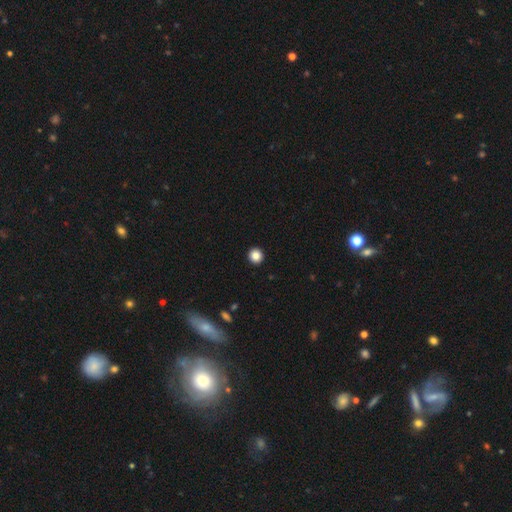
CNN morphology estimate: Q: Smooth or featured?
A: smooth (86%); runner-up: star or artifact (10%)
Q: How rounded?
A: round (94%); runner-up: in between (5%)
Q: Merging?
A: none (94%); runner-up: minor disturbance (4%)